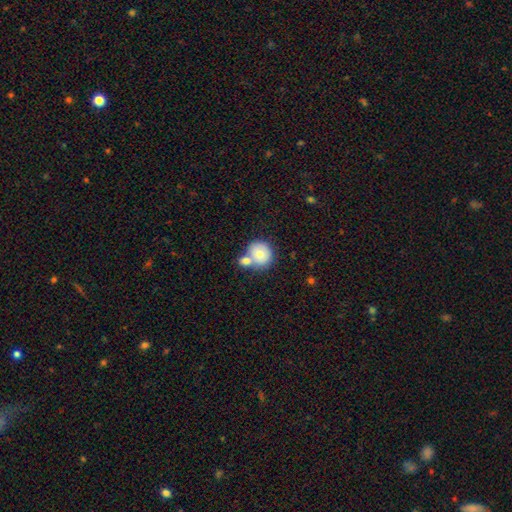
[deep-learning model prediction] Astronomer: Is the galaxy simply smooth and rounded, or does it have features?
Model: smooth — 72%.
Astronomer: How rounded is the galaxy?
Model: round — 86%.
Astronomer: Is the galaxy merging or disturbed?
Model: none — 52% (runner-up: merger, 34%).